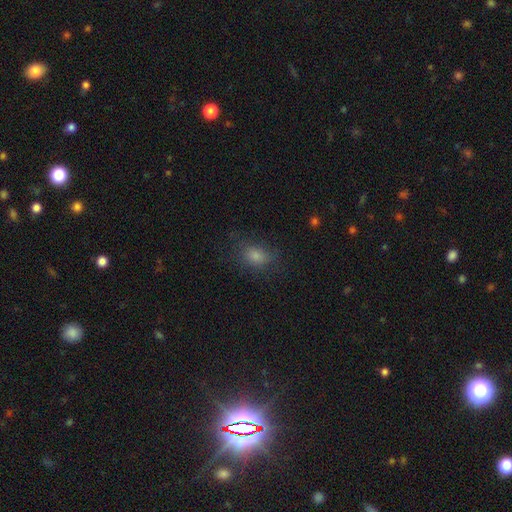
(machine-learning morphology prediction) Overall: smooth (74%). How rounded: in between (67%; round 31%). Merging: none (75%).